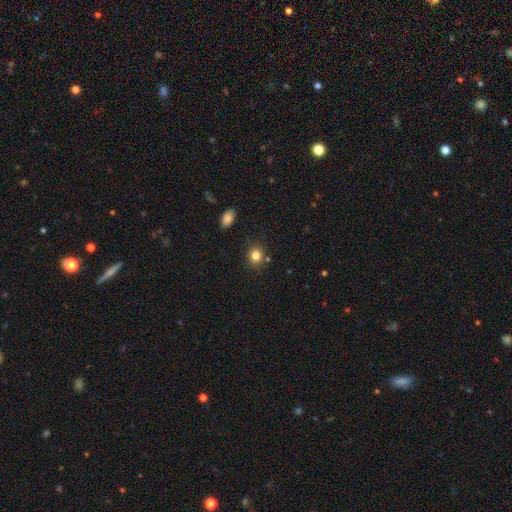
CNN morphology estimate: Smooth or featured: smooth — 83% (star or artifact — 11%)
How rounded: round — 73% (in between — 26%)
Merging: none — 83% (minor disturbance — 10%)